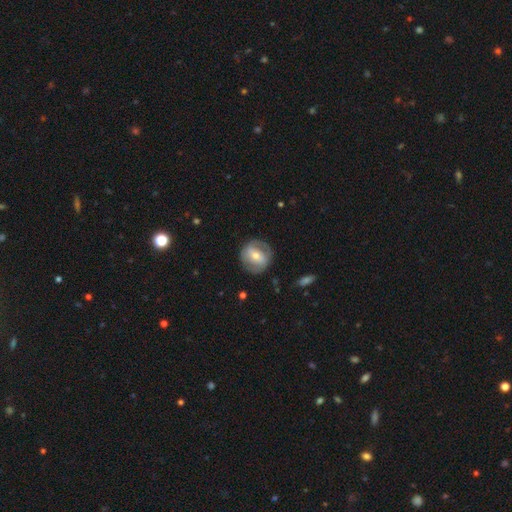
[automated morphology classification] Overall: featured or disk (56%; smooth 38%). Edge-on disk: no (95%). Bar: strong (37%; weak 35%). Spiral arms: no (53%; yes 47%). Bulge size: moderate (53%; small 40%). Merging: none (80%).